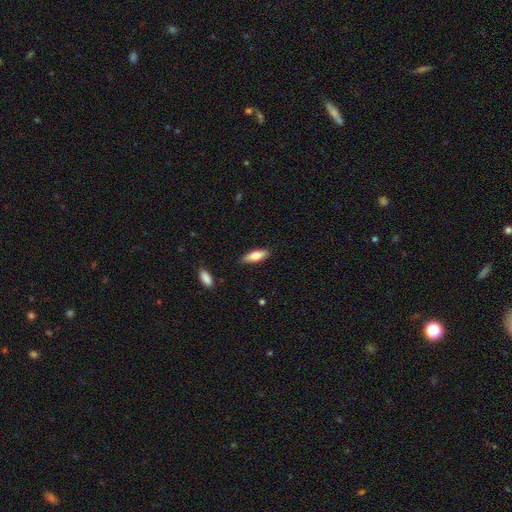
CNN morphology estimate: The model was most divided on "how rounded": in between: 54%, cigar-shaped: 44%, round: 2%. More confident: merging — none (87%); smooth or featured — smooth (74%).